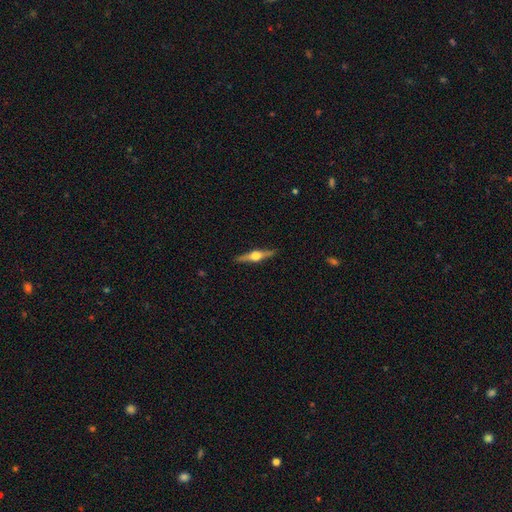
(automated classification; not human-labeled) Smooth or featured? featured or disk (75%)
Edge-on disk? yes (98%)
Edge-on bulge? rounded (95%)
Merging? none (91%)